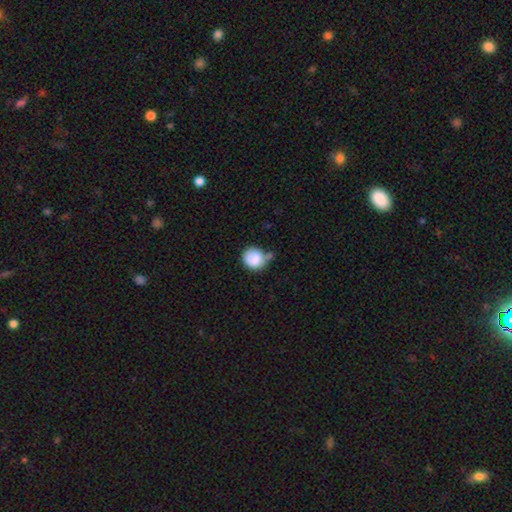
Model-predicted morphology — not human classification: Smooth or featured?
  - smooth: 82% *
  - featured or disk: 10%
  - star or artifact: 8%
How rounded?
  - round: 83% *
  - in between: 16%
  - cigar-shaped: 1%
Merging?
  - none: 41% *
  - minor disturbance: 32%
  - merger: 15%
  - major disturbance: 12%